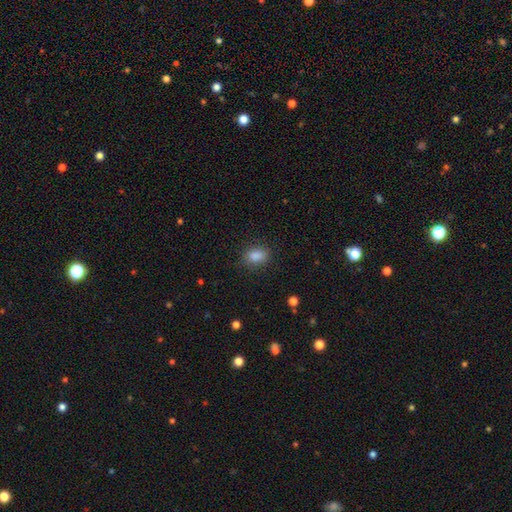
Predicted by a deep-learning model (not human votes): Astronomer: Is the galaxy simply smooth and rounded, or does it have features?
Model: smooth — 85%.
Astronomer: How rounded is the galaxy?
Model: in between — 77%.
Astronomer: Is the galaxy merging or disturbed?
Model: none — 83%.